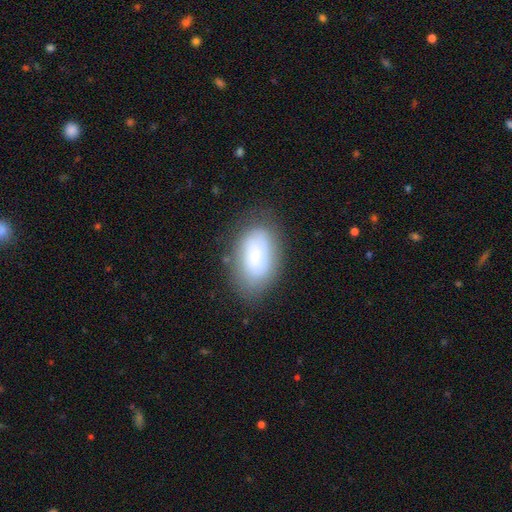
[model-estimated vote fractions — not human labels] Smooth or featured: smooth — 62% (featured or disk — 30%)
How rounded: in between — 91% (round — 7%)
Merging: none — 73% (minor disturbance — 19%)